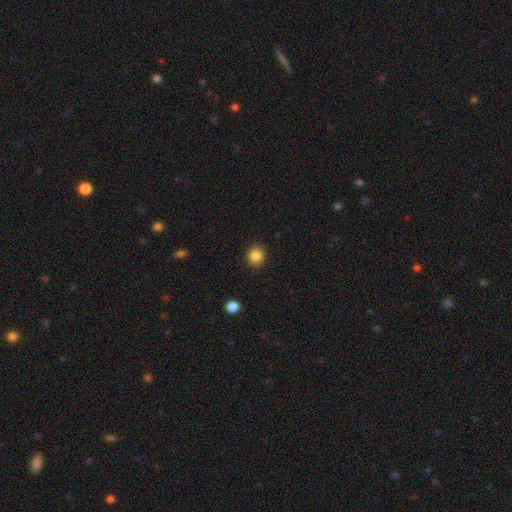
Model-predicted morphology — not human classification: This appears to be a smooth galaxy with no disk features (85%) that is round (83%). Merging: none (90%).